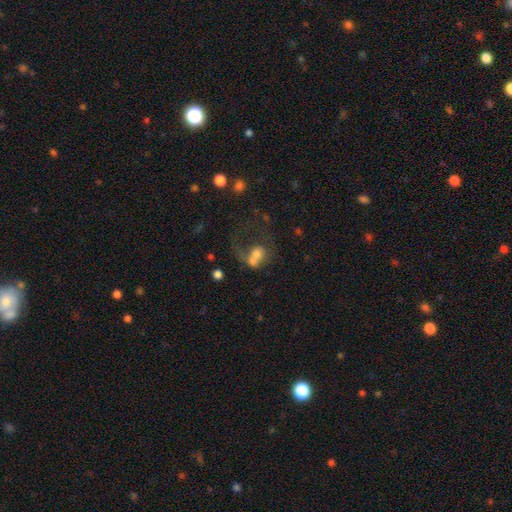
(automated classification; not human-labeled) This appears to be a smooth galaxy with no disk features (58%) that is round (55%). Merging: merger (51%).